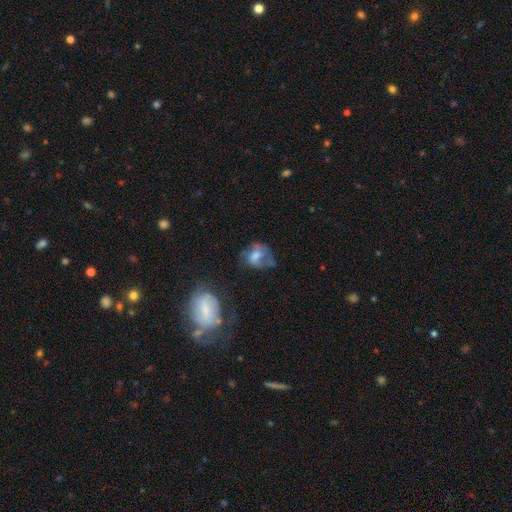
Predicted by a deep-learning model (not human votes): Morphology: type=smooth (48%); merging=none (37%).